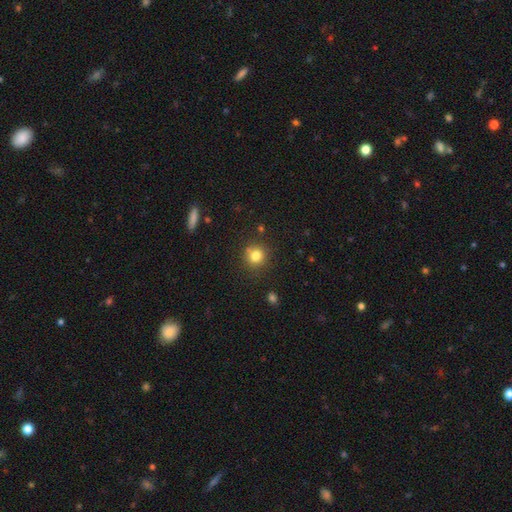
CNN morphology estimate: A smooth galaxy with no disk features (79%) that is round (91%). Merging: none (79%).